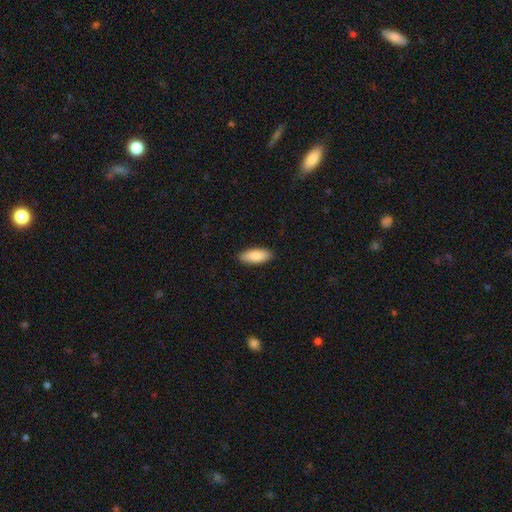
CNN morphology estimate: This appears to be a smooth galaxy with no disk features (86%) that is in between round and cigar-shaped (82%). Merging: none (90%).